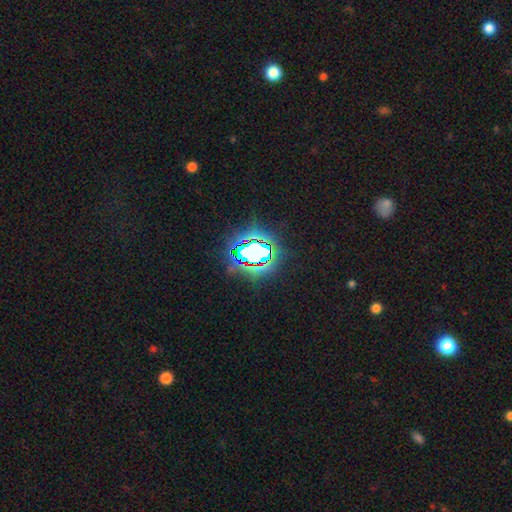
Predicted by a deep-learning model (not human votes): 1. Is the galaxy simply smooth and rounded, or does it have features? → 68% star or artifact, 20% smooth, 12% featured or disk.